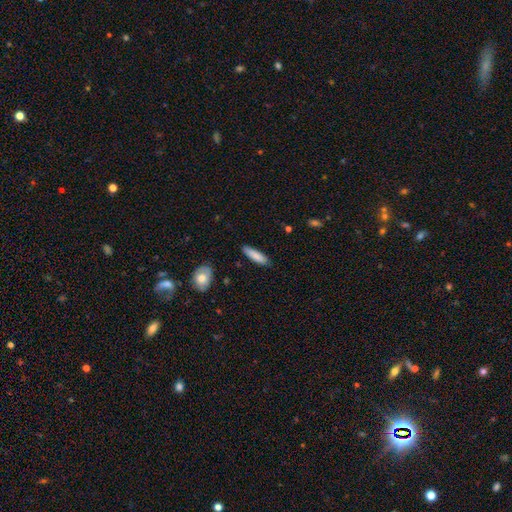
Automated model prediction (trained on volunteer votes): Morphology: type=smooth (83%); roundness=cigar-shaped (67%); merging=none (86%).